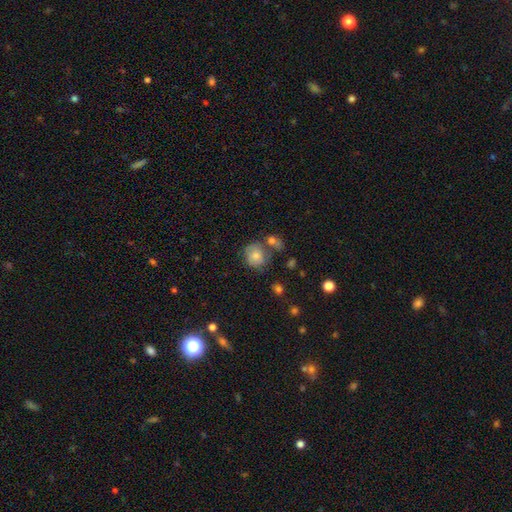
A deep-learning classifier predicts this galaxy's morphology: smooth 61%, featured or disk 27%, star or artifact 12%. Down the decision tree: how rounded — round (78%); merging — none (57%).